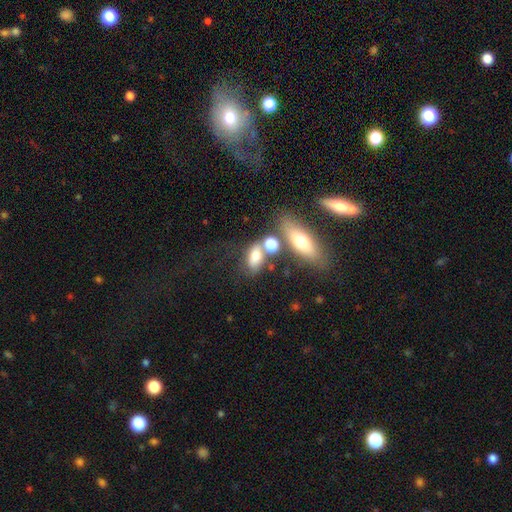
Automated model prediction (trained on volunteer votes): Morphology: type=smooth (72%); roundness=in between (77%); merging=none (45%).